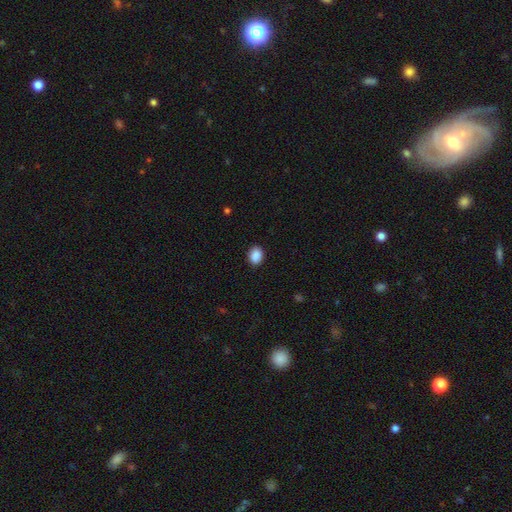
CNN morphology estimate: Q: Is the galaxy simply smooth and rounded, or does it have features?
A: smooth — 90%.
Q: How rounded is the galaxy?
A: in between — 59%.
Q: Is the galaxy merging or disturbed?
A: none — 90%.